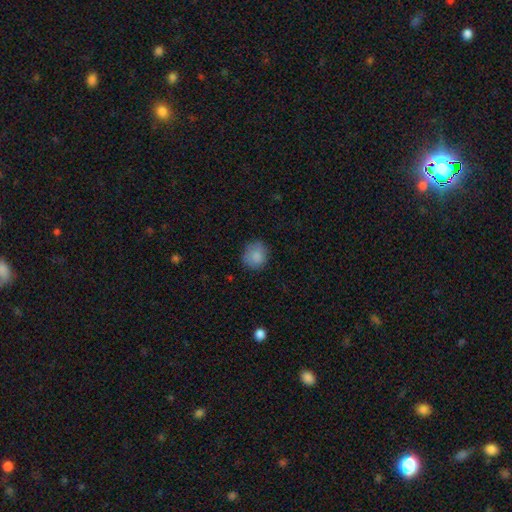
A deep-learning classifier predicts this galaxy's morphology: A smooth galaxy with no disk features (86%) that is round (82%). Merging: none (79%).